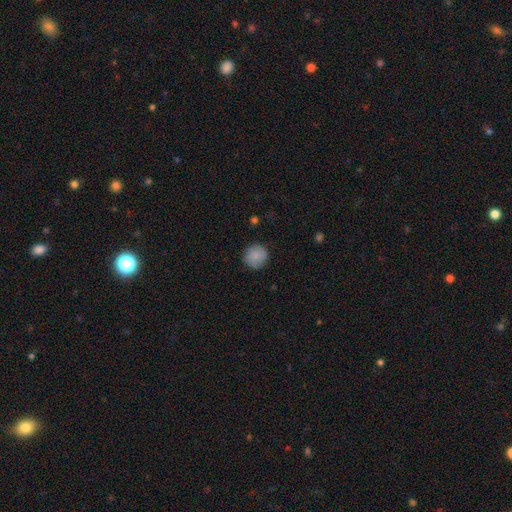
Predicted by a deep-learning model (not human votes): smooth 86%, star or artifact 7%, featured or disk 7%. Down the decision tree: how rounded — round (93%); merging — none (86%).